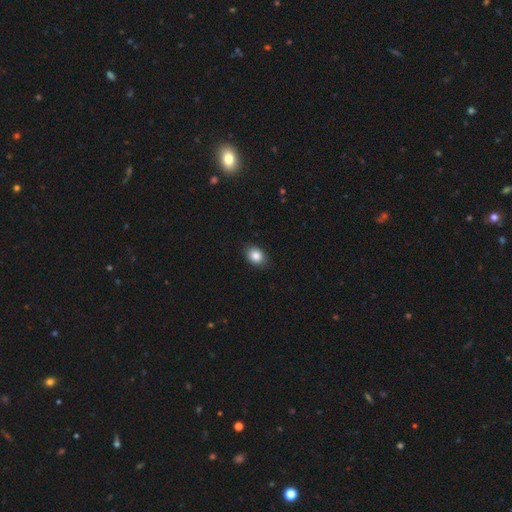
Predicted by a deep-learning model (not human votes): smooth_or_featured: smooth (p=0.86) [alt: star or artifact p=0.09]
how_rounded: in between (p=0.64) [alt: round p=0.35]
merging: none (p=0.87) [alt: minor disturbance p=0.10]